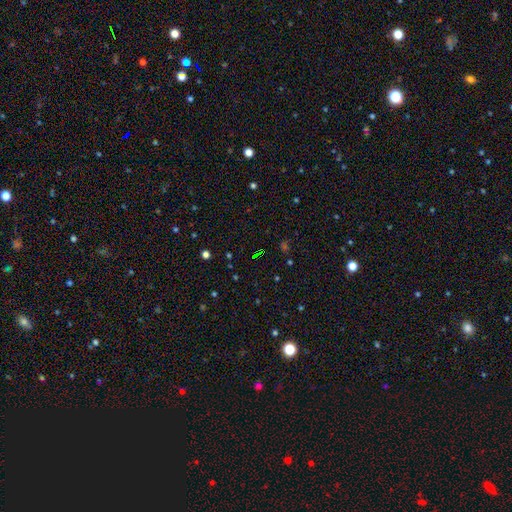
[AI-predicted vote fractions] A star or artifact, not a galaxy (67%).